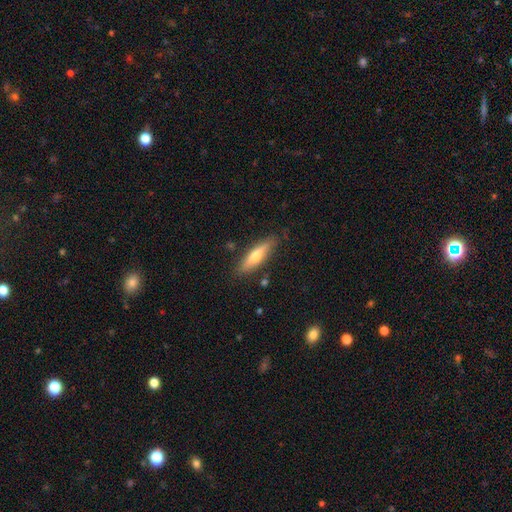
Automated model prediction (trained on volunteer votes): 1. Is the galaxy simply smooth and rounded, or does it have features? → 54% smooth, 40% featured or disk, 6% star or artifact.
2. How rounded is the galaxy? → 72% cigar-shaped, 26% in between, 2% round.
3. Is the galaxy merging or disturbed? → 84% none, 12% minor disturbance, 2% major disturbance, 2% merger.